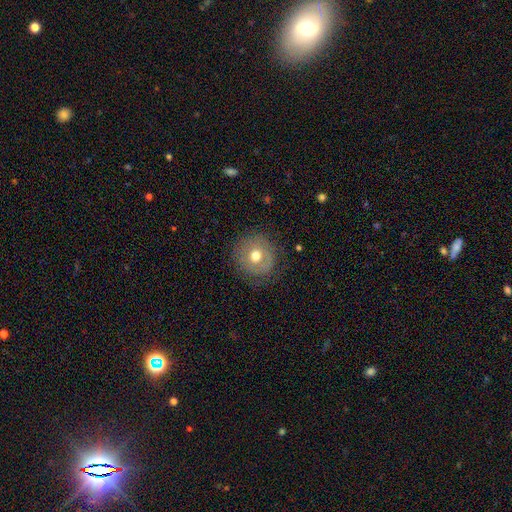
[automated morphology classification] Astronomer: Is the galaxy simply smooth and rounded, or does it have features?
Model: smooth — 60%.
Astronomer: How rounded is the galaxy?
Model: round — 93%.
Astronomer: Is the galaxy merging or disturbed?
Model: none — 80%.